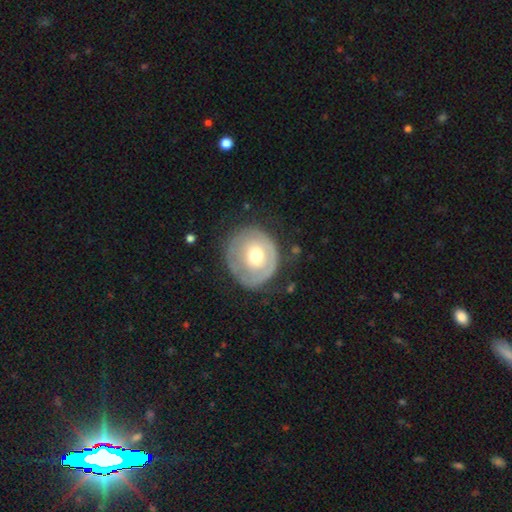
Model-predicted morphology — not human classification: This is possibly a smooth galaxy (47%, tied with featured or disk). Merging: likely none (66%).